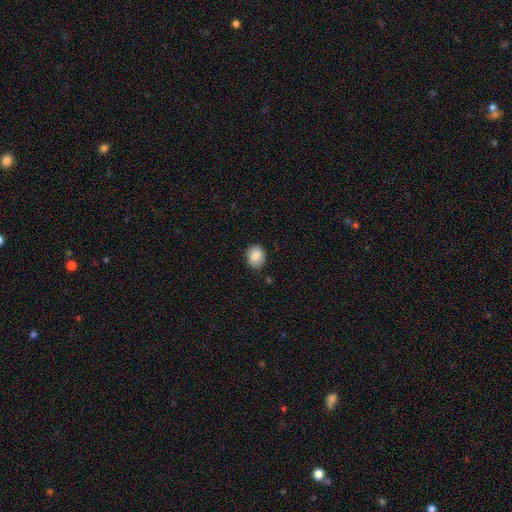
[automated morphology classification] A smooth galaxy with no disk features (85%) that is round (54%). Merging: none (84%).